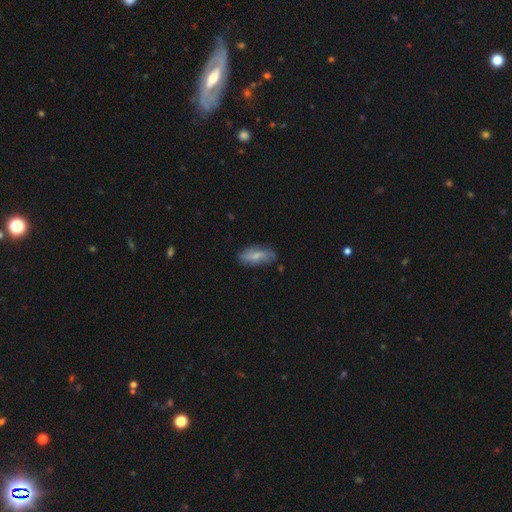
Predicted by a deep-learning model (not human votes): Smooth or featured?
  - smooth: 59% *
  - featured or disk: 34%
  - star or artifact: 7%
How rounded?
  - in between: 79% *
  - cigar-shaped: 18%
  - round: 3%
Merging?
  - none: 71% *
  - minor disturbance: 22%
  - major disturbance: 5%
  - merger: 2%